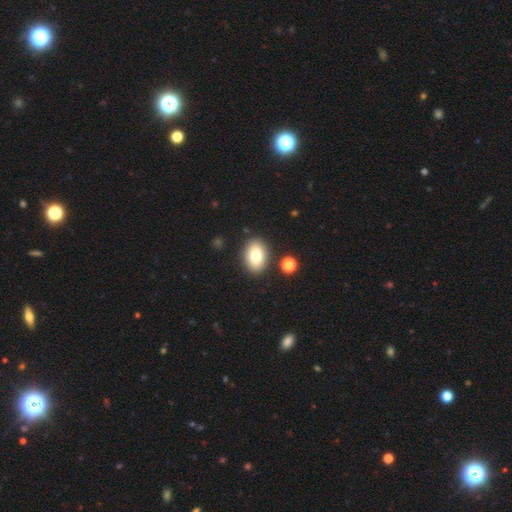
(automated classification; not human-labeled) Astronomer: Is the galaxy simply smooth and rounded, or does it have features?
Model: smooth — 78%.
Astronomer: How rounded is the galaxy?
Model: in between — 79%.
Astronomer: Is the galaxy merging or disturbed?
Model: none — 86%.